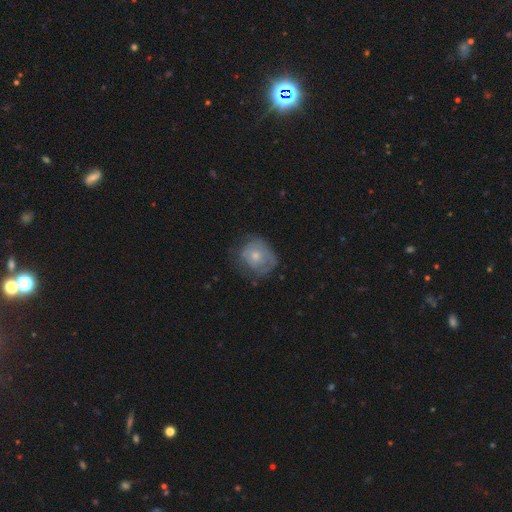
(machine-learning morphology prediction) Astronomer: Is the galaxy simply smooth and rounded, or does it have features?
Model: smooth — 53% (runner-up: featured or disk, 39%).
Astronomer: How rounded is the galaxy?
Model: round — 72%.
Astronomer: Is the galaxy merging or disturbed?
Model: none — 55%.